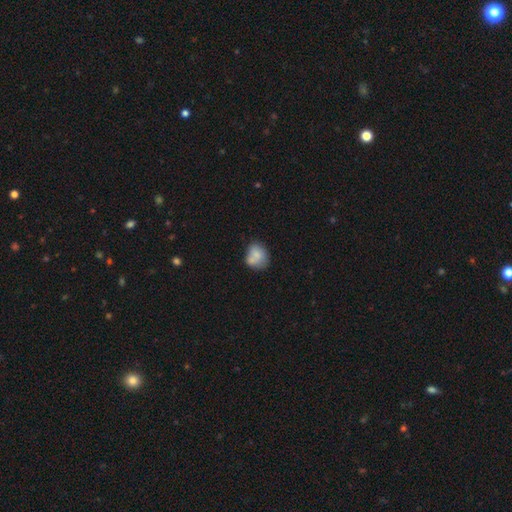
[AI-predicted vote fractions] Smooth or featured?
  - smooth: 74% *
  - featured or disk: 17%
  - star or artifact: 8%
How rounded?
  - round: 57% *
  - in between: 42%
  - cigar-shaped: 1%
Merging?
  - none: 44% *
  - merger: 29%
  - minor disturbance: 20%
  - major disturbance: 7%